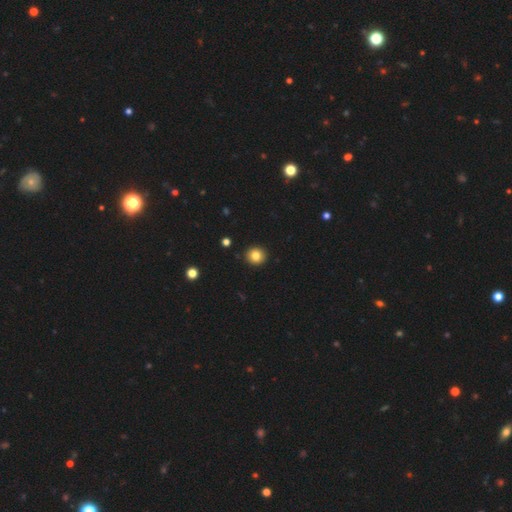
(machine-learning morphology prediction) A smooth galaxy with no disk features (82%) that is round (89%).

Vote fractions:
- Smooth or featured? smooth: 82% / star or artifact: 11% / featured or disk: 7%
- How rounded? round: 89% / in between: 10% / cigar-shaped: 1%
- Merging? none: 92% / minor disturbance: 5% / major disturbance: 2% / merger: 1%